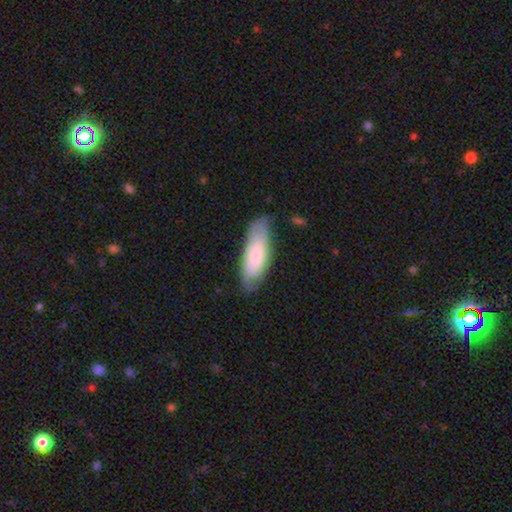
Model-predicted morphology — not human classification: smooth_or_featured: smooth (p=0.68) [alt: featured or disk p=0.26]
how_rounded: in between (p=0.67) [alt: cigar-shaped p=0.32]
merging: none (p=0.68) [alt: minor disturbance p=0.24]